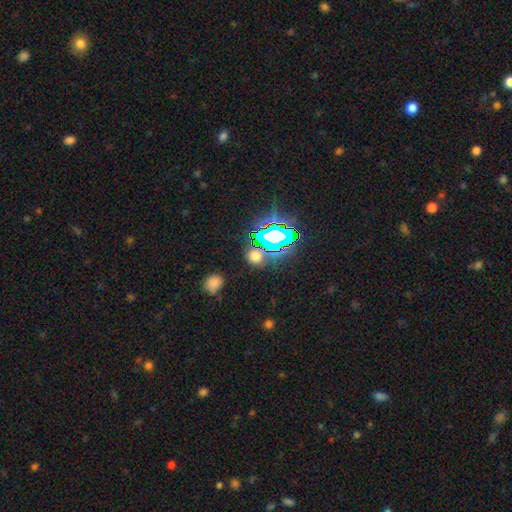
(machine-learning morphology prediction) This appears to be a star or artifact, not a galaxy (52%).